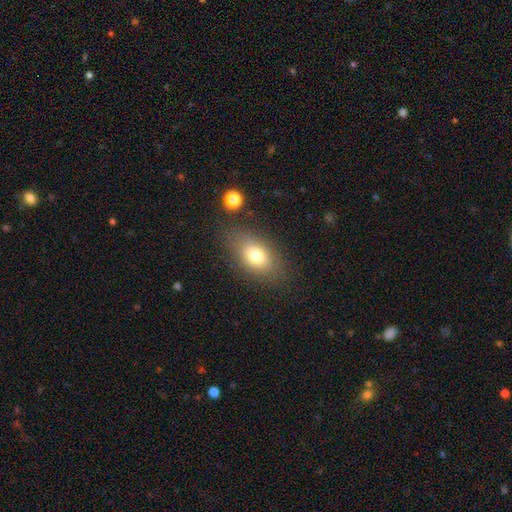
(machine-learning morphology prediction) smooth-or-featured: smooth: 75% | featured or disk: 14% | star or artifact: 11%
  how-rounded: in between: 83% | round: 15% | cigar-shaped: 2%
  merging: none: 78% | minor disturbance: 13% | major disturbance: 6% | merger: 3%